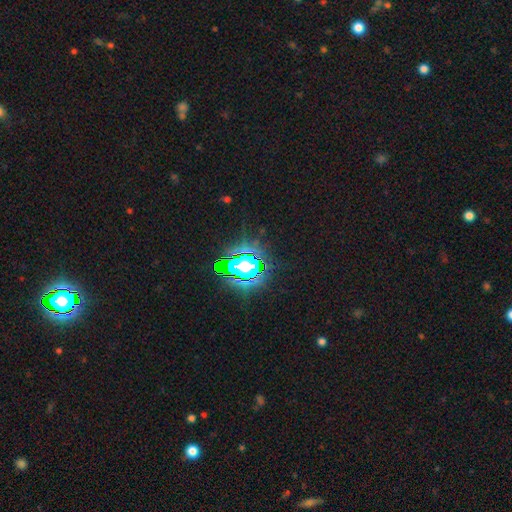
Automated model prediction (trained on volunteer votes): smooth-or-featured: star or artifact: 71% | smooth: 17% | featured or disk: 12%